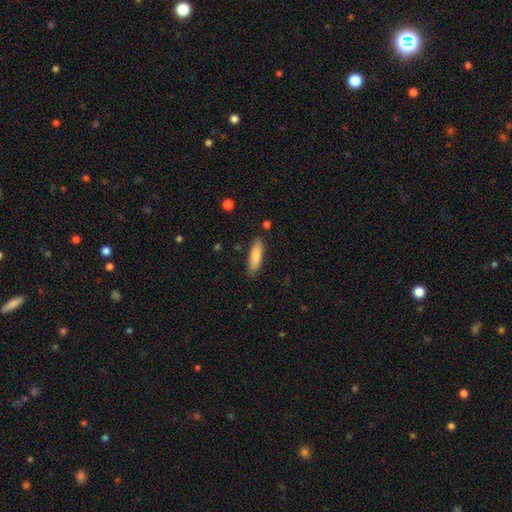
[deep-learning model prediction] Morphology: type=smooth (81%); roundness=cigar-shaped (56%); merging=none (84%).